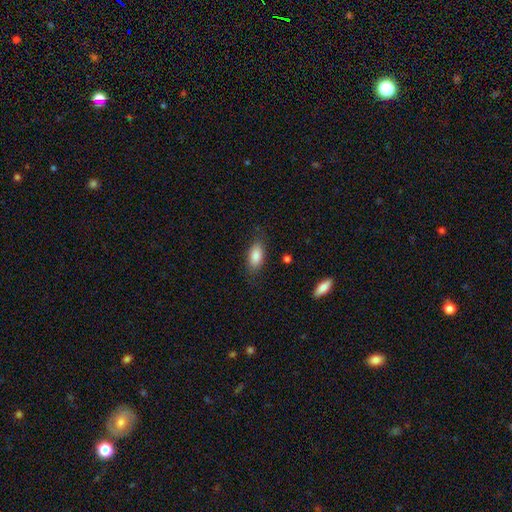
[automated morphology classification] Q: Smooth or featured?
A: smooth (85%); runner-up: featured or disk (8%)
Q: How rounded?
A: in between (88%); runner-up: cigar-shaped (8%)
Q: Merging?
A: none (79%); runner-up: minor disturbance (15%)